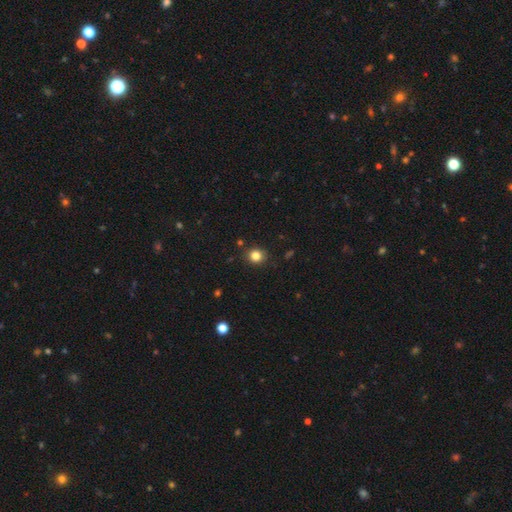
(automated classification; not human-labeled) This appears to be a smooth galaxy with no disk features (83%) that is round (80%). Merging: none (87%).